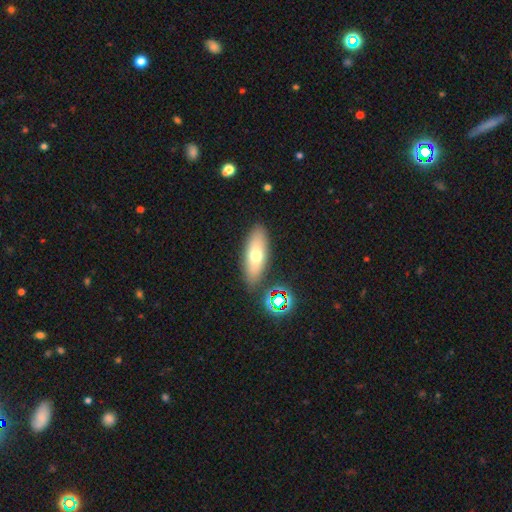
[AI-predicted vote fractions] This is likely a smooth galaxy (63%). How rounded: likely in between (69%). Merging: clearly none (84%).